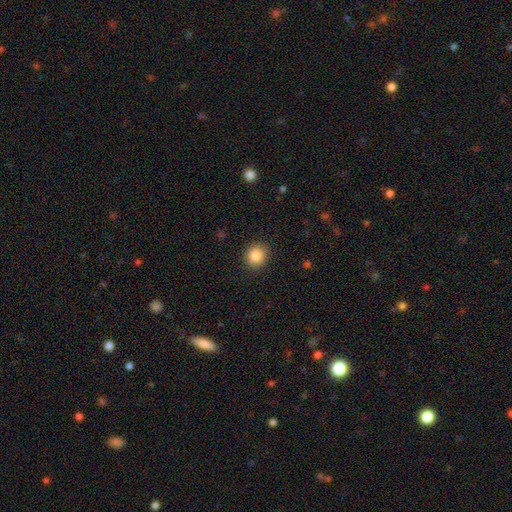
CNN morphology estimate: This is clearly a smooth galaxy (86%). How rounded: clearly round (86%). Merging: clearly none (90%).